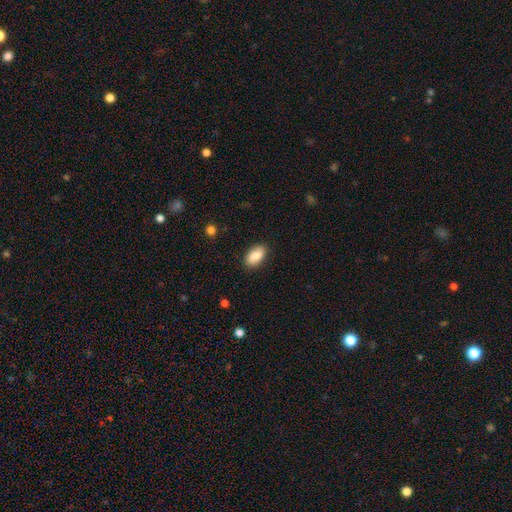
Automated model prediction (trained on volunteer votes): Smooth or featured: smooth — 86% (featured or disk — 8%)
How rounded: in between — 93% (round — 5%)
Merging: none — 88% (minor disturbance — 9%)